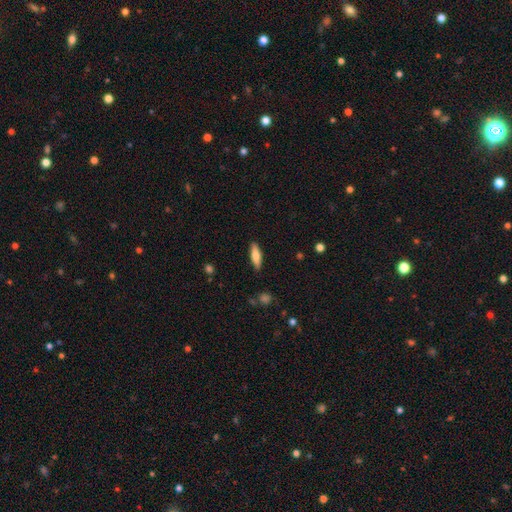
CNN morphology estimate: Smooth or featured? Predicted: smooth (p=0.72). How rounded? Predicted: cigar-shaped (p=0.56). Merging? Predicted: none (p=0.88).